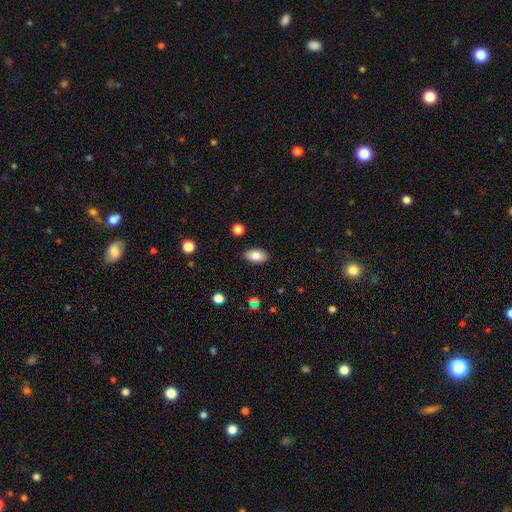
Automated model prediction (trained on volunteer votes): The model was most divided on "smooth or featured": smooth: 83%, featured or disk: 9%, star or artifact: 8%. More confident: how rounded — in between (92%); merging — none (88%).